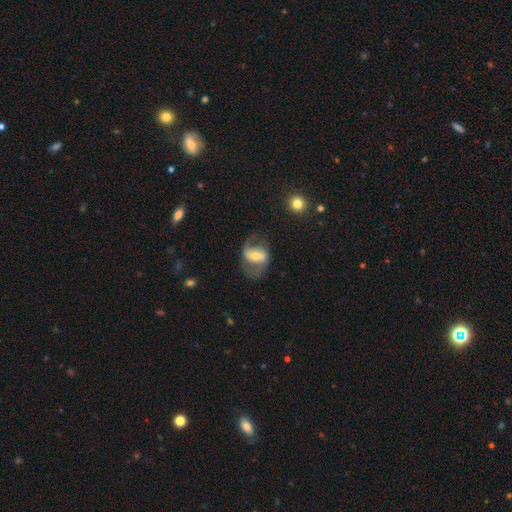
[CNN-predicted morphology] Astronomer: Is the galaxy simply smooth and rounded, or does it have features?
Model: featured or disk — 67%.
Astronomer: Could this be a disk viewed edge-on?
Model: no — 95%.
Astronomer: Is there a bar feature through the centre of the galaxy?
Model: strong — 43% (runner-up: weak, 34%).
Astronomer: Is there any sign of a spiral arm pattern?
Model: yes — 81%.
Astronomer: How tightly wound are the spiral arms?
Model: medium — 45% (runner-up: loose, 41%).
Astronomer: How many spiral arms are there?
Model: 2 — 85%.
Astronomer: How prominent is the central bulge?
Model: moderate — 49% (runner-up: small, 39%).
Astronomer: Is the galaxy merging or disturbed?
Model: none — 59%.